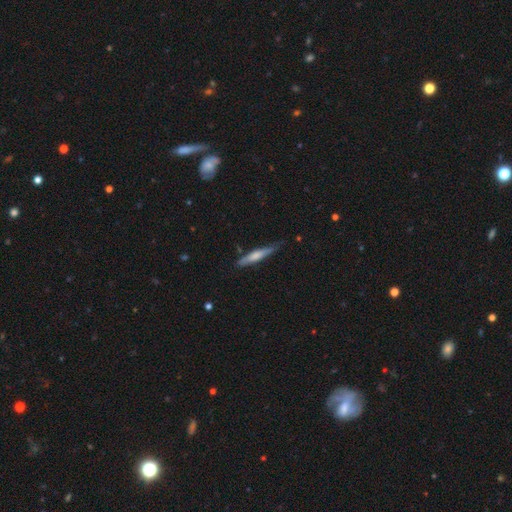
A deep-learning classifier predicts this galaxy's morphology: Smooth or featured? smooth (56%)
How rounded? cigar-shaped (91%)
Merging? none (73%)